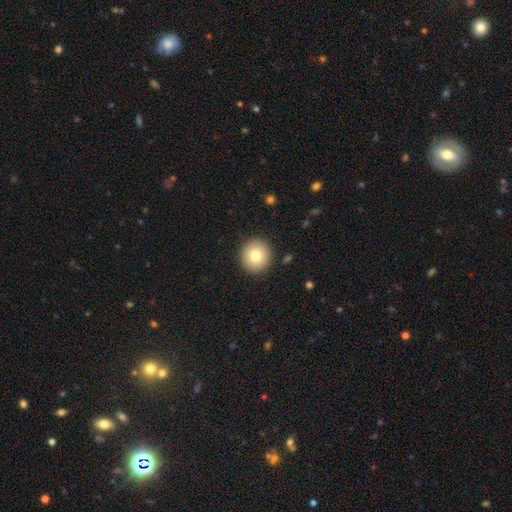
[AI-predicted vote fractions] Smooth or featured? Predicted: smooth (p=0.78). How rounded? Predicted: round (p=0.94). Merging? Predicted: none (p=0.91).